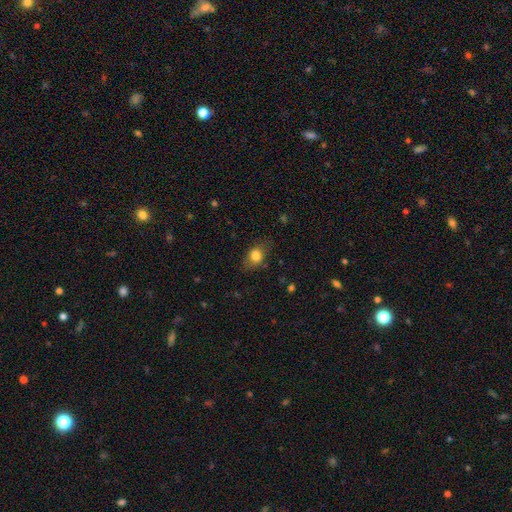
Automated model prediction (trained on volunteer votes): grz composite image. It shows a smooth galaxy with no disk features (79%) that is in between round and cigar-shaped (66%). Merging: none (75%).